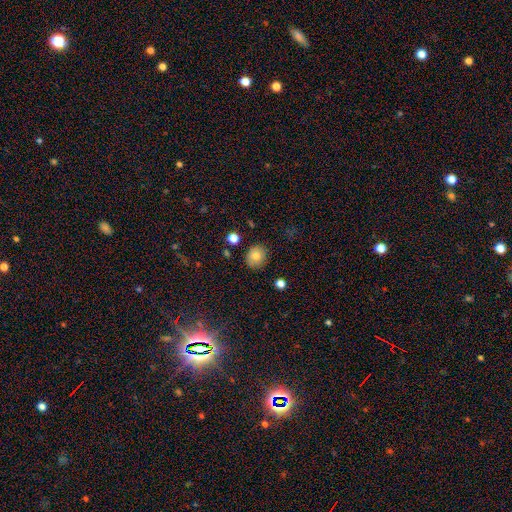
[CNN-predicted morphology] Overall: smooth (81%). How rounded: round (74%). Merging: none (87%).